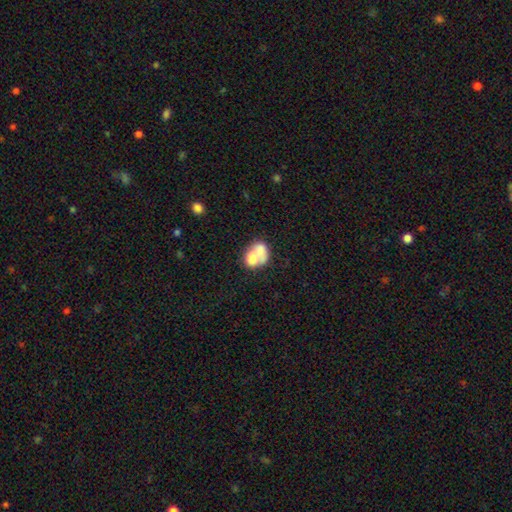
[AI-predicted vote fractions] Q: Smooth or featured?
A: smooth (64%); runner-up: featured or disk (28%)
Q: How rounded?
A: in between (58%); runner-up: round (41%)
Q: Merging?
A: merger (61%); runner-up: none (21%)